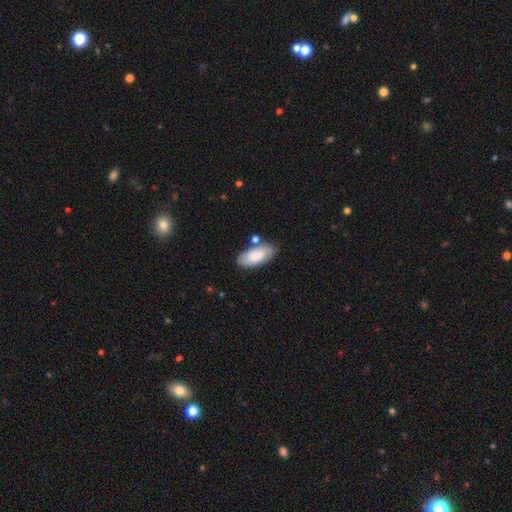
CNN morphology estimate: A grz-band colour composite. It shows a smooth galaxy with no disk features (78%) that is in between round and cigar-shaped (89%). Merging: none (71%).